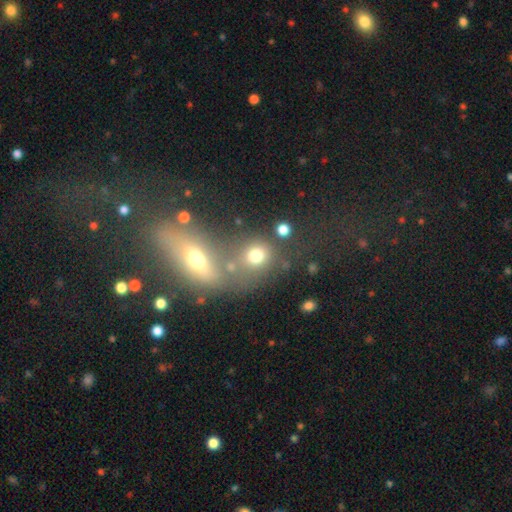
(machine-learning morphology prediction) Smooth or featured?
  - smooth: 71% *
  - star or artifact: 17%
  - featured or disk: 12%
How rounded?
  - round: 74% *
  - in between: 24%
  - cigar-shaped: 2%
Merging?
  - none: 44% *
  - merger: 40%
  - minor disturbance: 9%
  - major disturbance: 7%